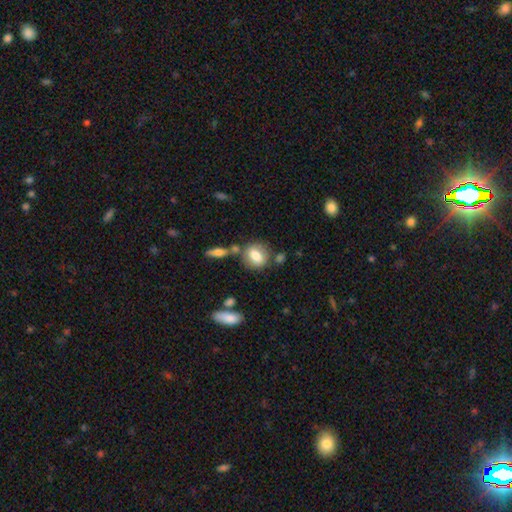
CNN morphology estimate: Q: Smooth or featured?
A: smooth (72%); runner-up: featured or disk (20%)
Q: How rounded?
A: round (53%); runner-up: in between (45%)
Q: Merging?
A: none (67%); runner-up: minor disturbance (15%)